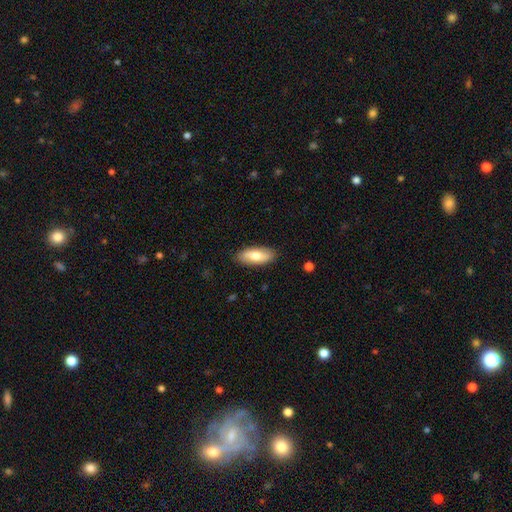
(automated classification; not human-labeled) The model was most divided on "smooth or featured": smooth: 75%, featured or disk: 20%, star or artifact: 6%. More confident: merging — none (87%); how rounded — in between (81%).